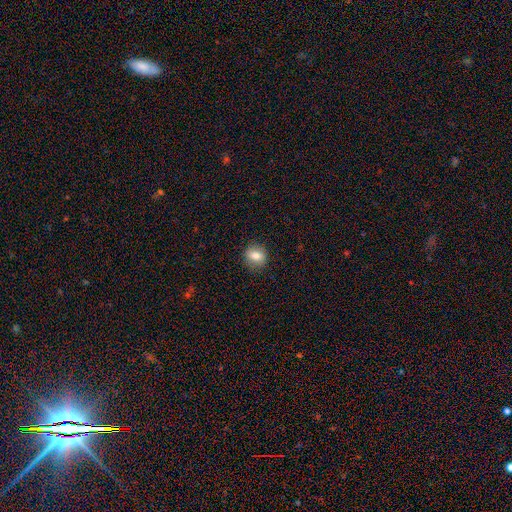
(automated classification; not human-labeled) Smooth or featured: smooth — 78% (featured or disk — 13%)
How rounded: round — 67% (in between — 32%)
Merging: none — 87% (minor disturbance — 9%)